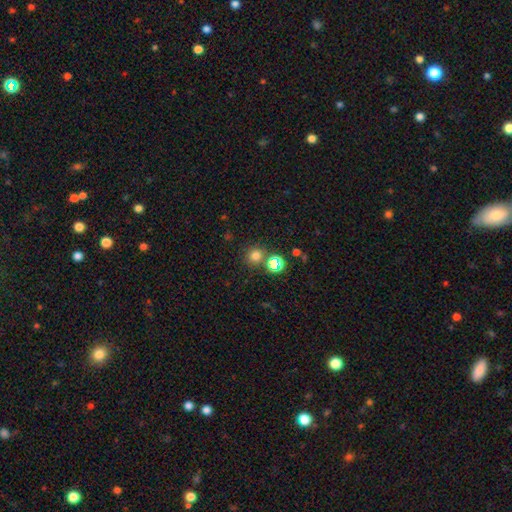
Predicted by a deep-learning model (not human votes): Overall: smooth (72%). How rounded: round (89%). Merging: none (77%).